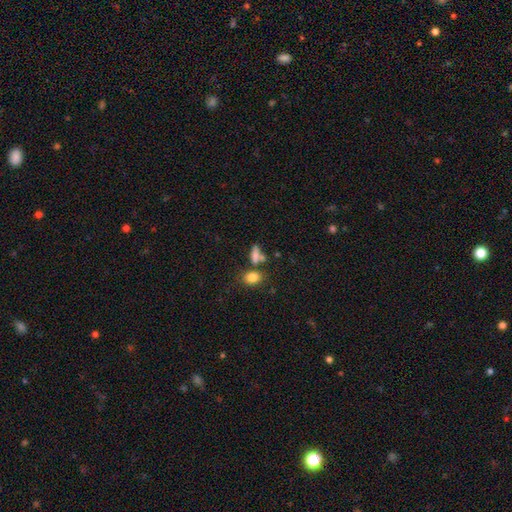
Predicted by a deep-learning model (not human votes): Q: Smooth or featured?
A: smooth (74%); runner-up: featured or disk (14%)
Q: How rounded?
A: in between (67%); runner-up: round (18%)
Q: Merging?
A: none (43%); runner-up: merger (34%)